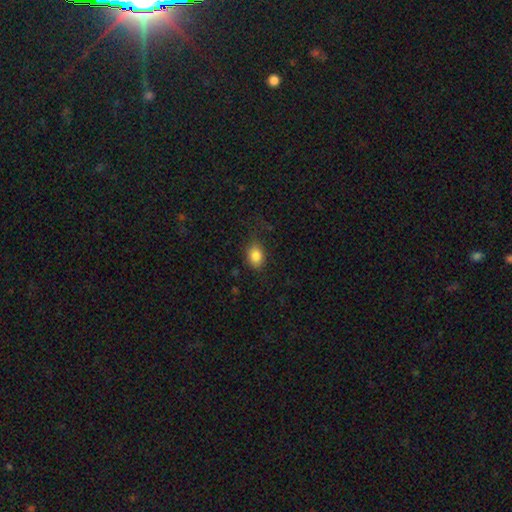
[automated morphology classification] A smooth galaxy with no disk features (85%) that is in between round and cigar-shaped (70%).

Vote fractions:
- Smooth or featured? smooth: 85% / star or artifact: 9% / featured or disk: 6%
- How rounded? in between: 70% / round: 29% / cigar-shaped: 1%
- Merging? none: 74% / minor disturbance: 18% / major disturbance: 6% / merger: 1%